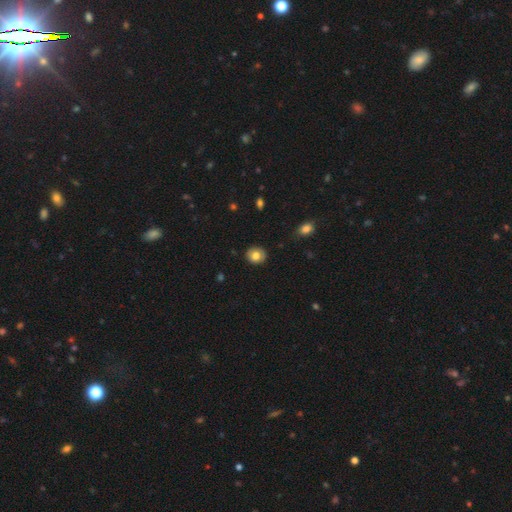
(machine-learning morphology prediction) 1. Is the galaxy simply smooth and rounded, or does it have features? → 79% smooth, 12% featured or disk, 8% star or artifact.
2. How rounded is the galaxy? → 73% round, 26% in between, 1% cigar-shaped.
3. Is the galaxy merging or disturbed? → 89% none, 9% minor disturbance, 2% major disturbance, 1% merger.